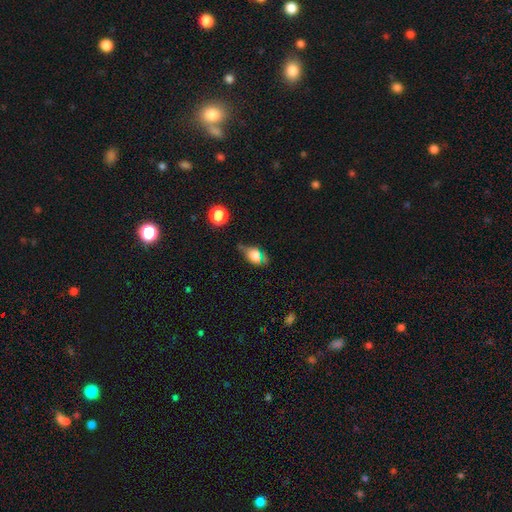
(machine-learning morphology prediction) This appears to be a smooth galaxy with no disk features (64%) that is in between round and cigar-shaped (73%). Merging: none (54%).